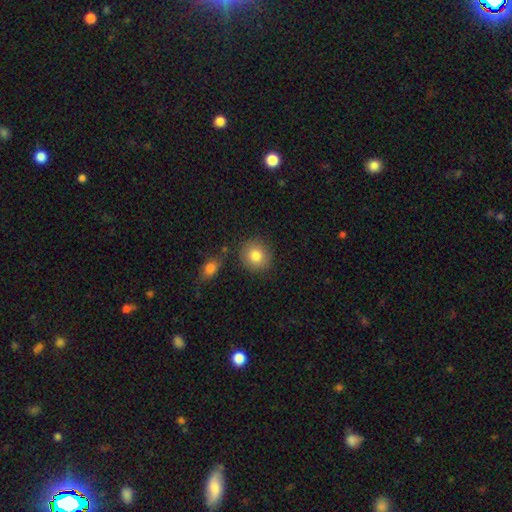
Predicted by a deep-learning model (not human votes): Smooth or featured? Predicted: smooth (p=0.82). How rounded? Predicted: round (p=0.86). Merging? Predicted: none (p=0.84).